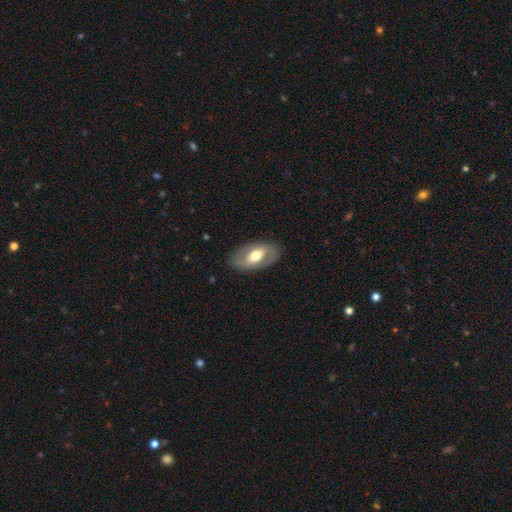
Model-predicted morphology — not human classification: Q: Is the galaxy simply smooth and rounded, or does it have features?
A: featured or disk — 53%.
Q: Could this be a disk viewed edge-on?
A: no — 89%.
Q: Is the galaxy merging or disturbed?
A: none — 83%.